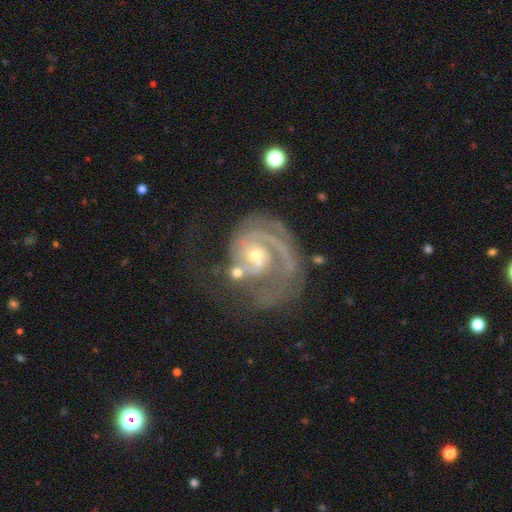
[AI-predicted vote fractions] smooth_or_featured: featured or disk (p=0.90) [alt: star or artifact p=0.05]
disk_edge_on: no (p=0.98) [alt: yes p=0.02]
bar: no (p=0.59) [alt: weak p=0.32]
has_spiral_arms: yes (p=0.97) [alt: no p=0.03]
spiral_winding: tight (p=0.57) [alt: medium p=0.34]
spiral_arm_count: 2 (p=0.45) [alt: 1 p=0.23]
bulge_size: small (p=0.64) [alt: moderate p=0.31]
merging: none (p=0.45) [alt: major disturbance p=0.25]